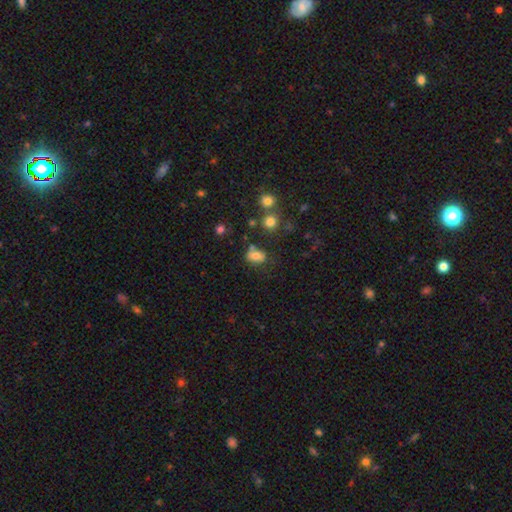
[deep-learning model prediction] The model was most divided on "merging": none: 61%, minor disturbance: 21%, merger: 11%, major disturbance: 7%. More confident: smooth or featured — smooth (75%); how rounded — in between (74%).